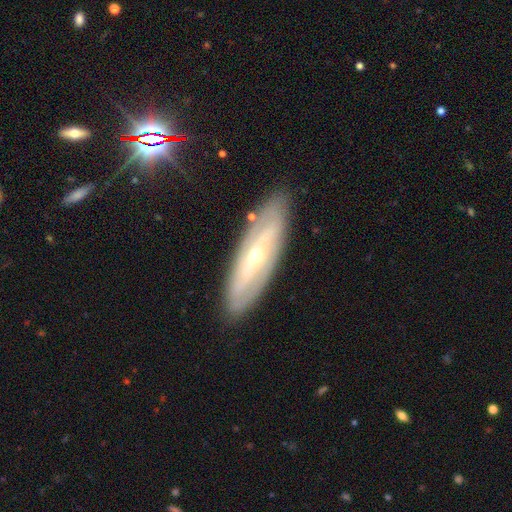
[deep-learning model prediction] The model was most divided on "edge-on disk": no: 67%, yes: 33%. More confident: merging — none (87%); smooth or featured — featured or disk (73%).